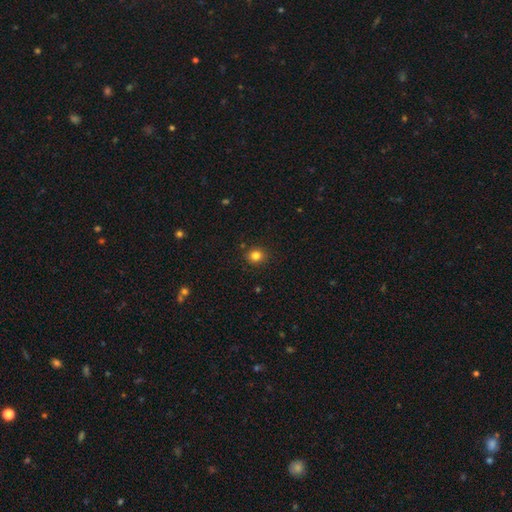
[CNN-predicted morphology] This appears to be a smooth galaxy with no disk features (82%) that is round (83%). Merging: none (90%).